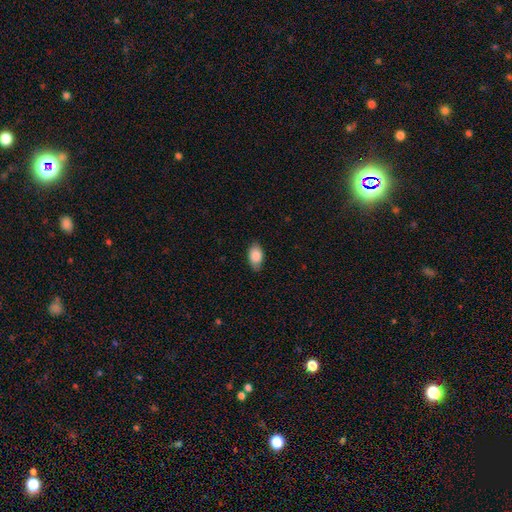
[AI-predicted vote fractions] Overall: smooth (88%). How rounded: in between (92%). Merging: none (83%).